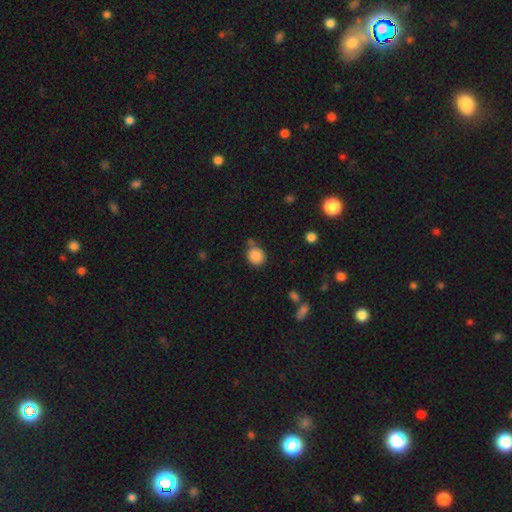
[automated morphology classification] Smooth or featured? Predicted: smooth (p=0.87). How rounded? Predicted: round (p=0.79). Merging? Predicted: none (p=0.67).